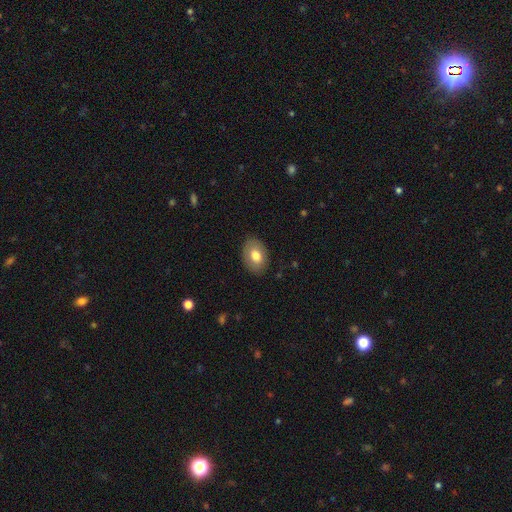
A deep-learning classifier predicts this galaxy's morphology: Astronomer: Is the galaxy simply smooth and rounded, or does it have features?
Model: smooth — 76%.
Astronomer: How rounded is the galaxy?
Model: in between — 81%.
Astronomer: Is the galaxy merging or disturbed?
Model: none — 85%.